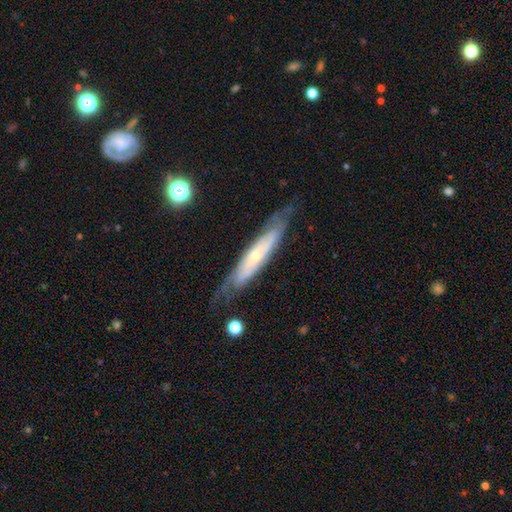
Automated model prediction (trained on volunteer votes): Q: Smooth or featured?
A: featured or disk (72%); runner-up: smooth (22%)
Q: Edge-on disk?
A: no (53%); runner-up: yes (47%)
Q: Merging?
A: none (72%); runner-up: minor disturbance (19%)